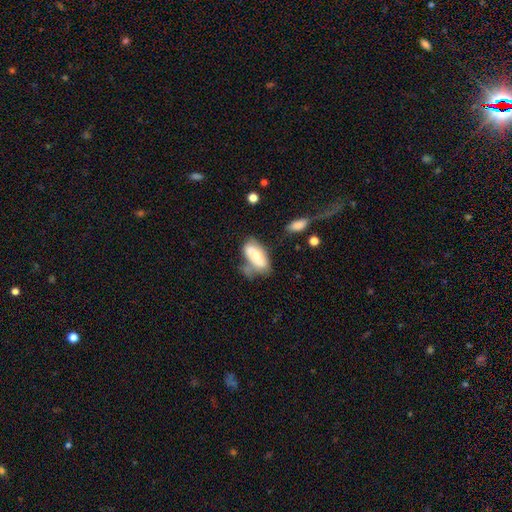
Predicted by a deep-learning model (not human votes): A smooth galaxy with no disk features (54%) that is in between round and cigar-shaped (88%). Merging: none (44%).